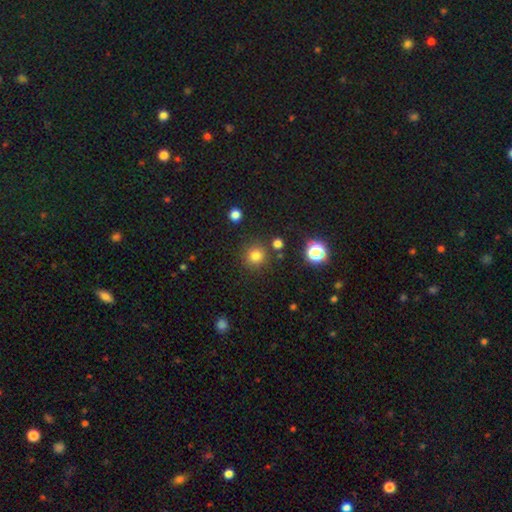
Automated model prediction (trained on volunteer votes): This appears to be a smooth galaxy with no disk features (80%) that is round (92%). Merging: none (84%).